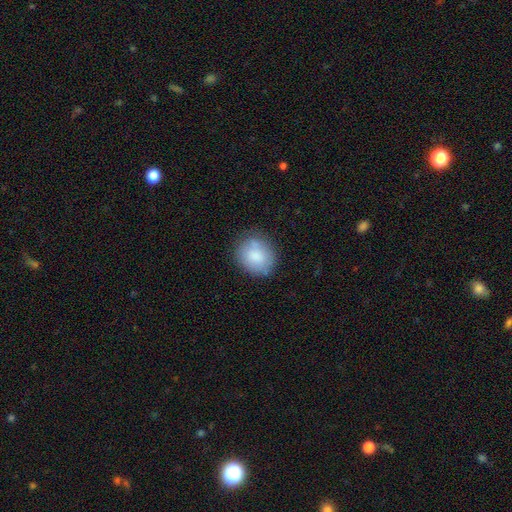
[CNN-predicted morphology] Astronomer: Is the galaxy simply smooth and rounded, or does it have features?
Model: smooth — 81%.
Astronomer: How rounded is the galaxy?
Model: round — 62% (runner-up: in between, 38%).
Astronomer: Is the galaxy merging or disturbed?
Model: none — 72%.